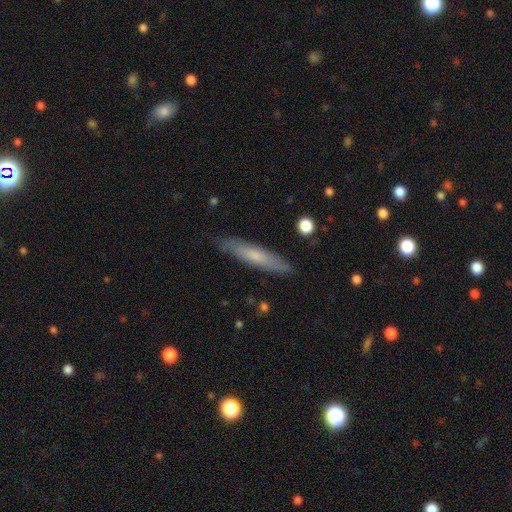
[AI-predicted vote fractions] This is likely a smooth galaxy (61%). How rounded: clearly cigar-shaped (89%). Merging: clearly none (87%).